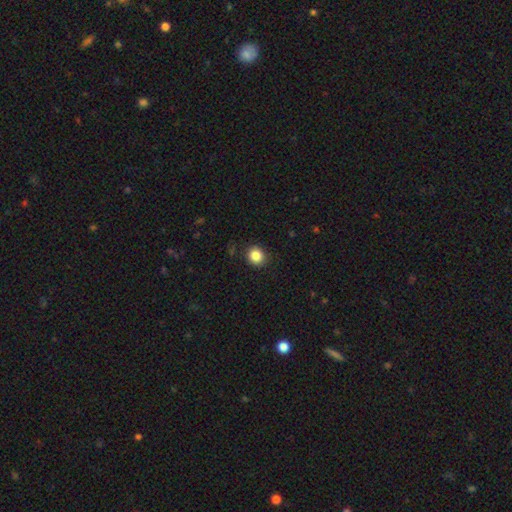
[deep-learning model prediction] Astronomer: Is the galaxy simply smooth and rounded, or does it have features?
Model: smooth — 85%.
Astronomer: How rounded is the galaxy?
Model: round — 85%.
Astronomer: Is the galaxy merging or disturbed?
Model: none — 90%.